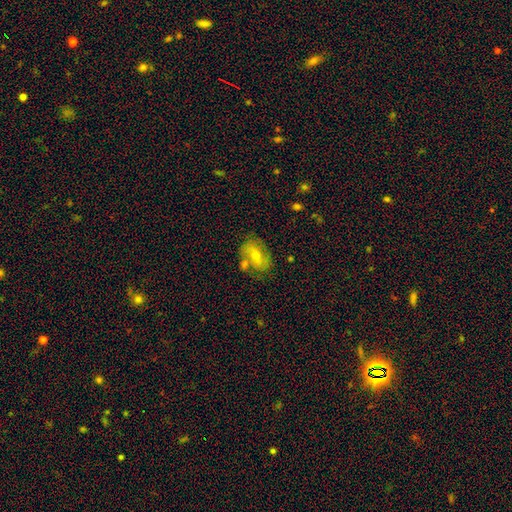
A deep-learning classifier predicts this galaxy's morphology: Smooth or featured? smooth (46%)
Merging? none (58%)